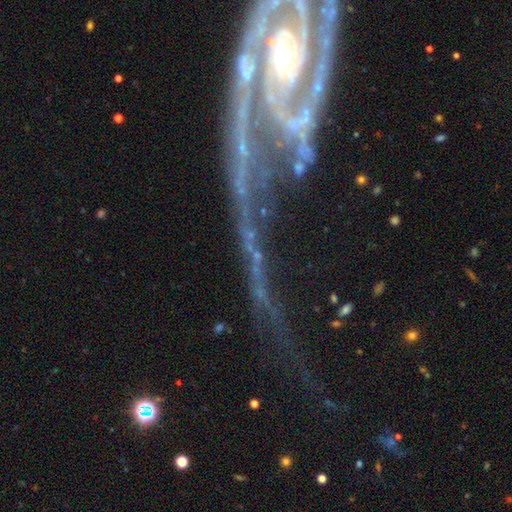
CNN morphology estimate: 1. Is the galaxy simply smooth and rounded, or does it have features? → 44% star or artifact, 42% featured or disk, 14% smooth.